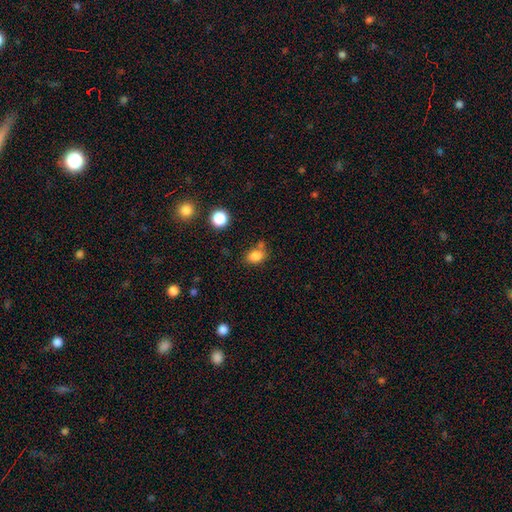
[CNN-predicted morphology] Smooth or featured? smooth (82%)
How rounded? in between (66%)
Merging? none (63%)